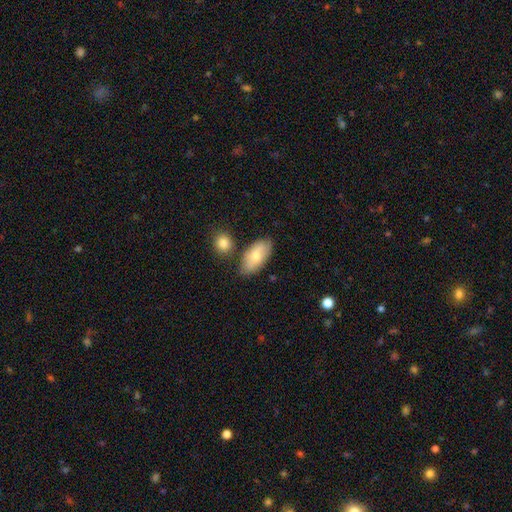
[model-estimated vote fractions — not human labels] smooth-or-featured: smooth: 72% | featured or disk: 22% | star or artifact: 6%
  how-rounded: in between: 92% | cigar-shaped: 4% | round: 4%
  merging: none: 70% | minor disturbance: 17% | merger: 10% | major disturbance: 4%